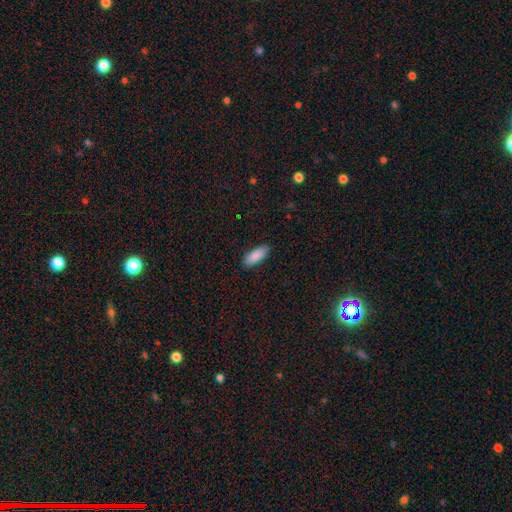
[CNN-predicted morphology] smooth-or-featured: smooth: 90% | star or artifact: 6% | featured or disk: 4%
  how-rounded: in between: 75% | cigar-shaped: 23% | round: 2%
  merging: none: 89% | minor disturbance: 9% | major disturbance: 2% | merger: 1%